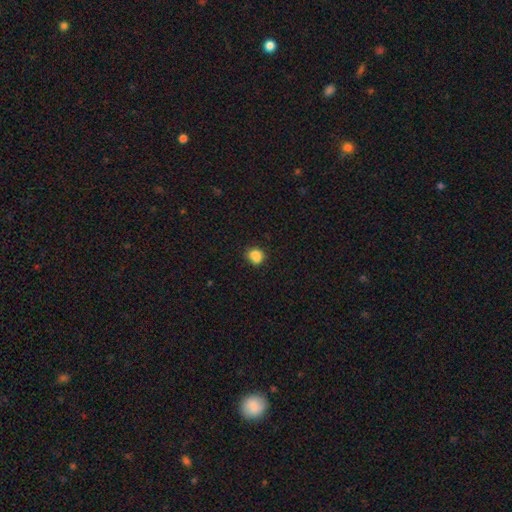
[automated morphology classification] The model was most divided on "merging": none: 70%, minor disturbance: 21%, major disturbance: 5%, merger: 4%. More confident: smooth or featured — smooth (85%); how rounded — round (74%).